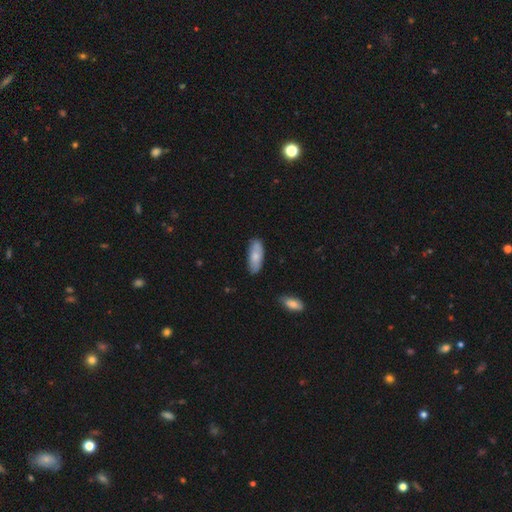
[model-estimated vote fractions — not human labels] Smooth or featured? Predicted: smooth (p=0.76). How rounded? Predicted: in between (p=0.75). Merging? Predicted: none (p=0.77).